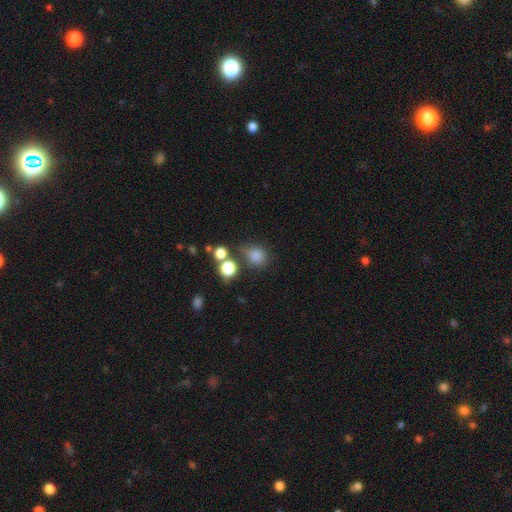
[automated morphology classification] smooth 80%, star or artifact 14%, featured or disk 6%. Down the decision tree: how rounded — round (79%); merging — none (64%).